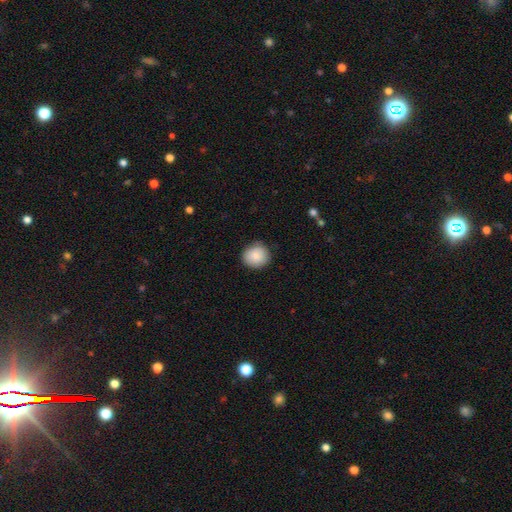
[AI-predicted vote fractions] Smooth or featured?
  - smooth: 86% *
  - star or artifact: 7%
  - featured or disk: 7%
How rounded?
  - round: 86% *
  - in between: 13%
  - cigar-shaped: 1%
Merging?
  - none: 84% *
  - minor disturbance: 12%
  - major disturbance: 2%
  - merger: 1%